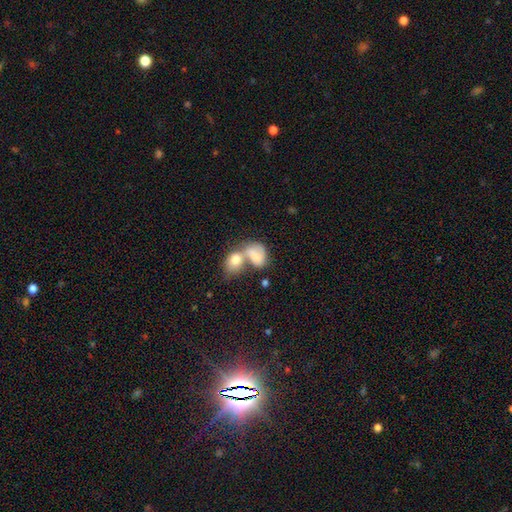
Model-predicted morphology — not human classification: This appears to be a smooth galaxy with no disk features (69%) that is in between round and cigar-shaped (74%). Merging: merger (76%).